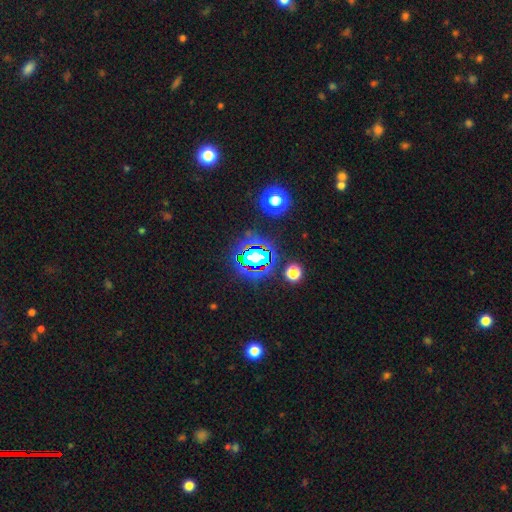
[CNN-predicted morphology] A star or artifact, not a galaxy (78%).